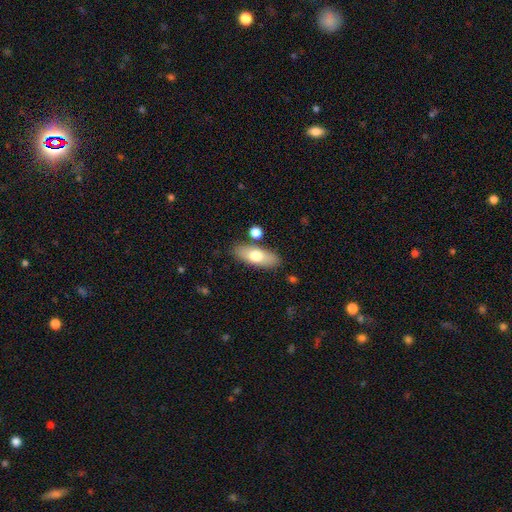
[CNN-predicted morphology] The model was most divided on "smooth or featured": smooth: 68%, featured or disk: 26%, star or artifact: 6%. More confident: merging — none (82%); how rounded — in between (73%).